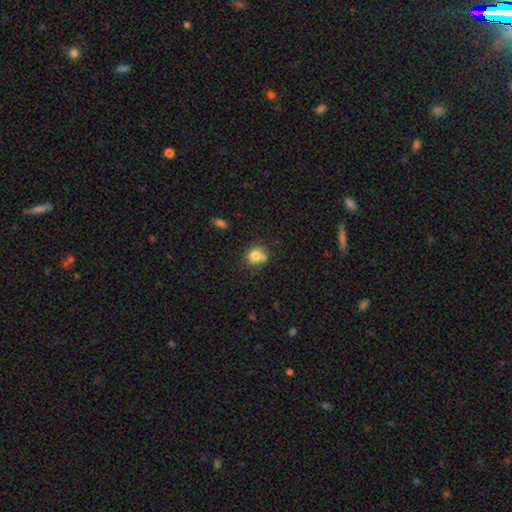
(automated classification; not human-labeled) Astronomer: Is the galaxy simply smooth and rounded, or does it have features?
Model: smooth — 78%.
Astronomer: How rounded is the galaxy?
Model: round — 80%.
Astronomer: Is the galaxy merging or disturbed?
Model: none — 59%.